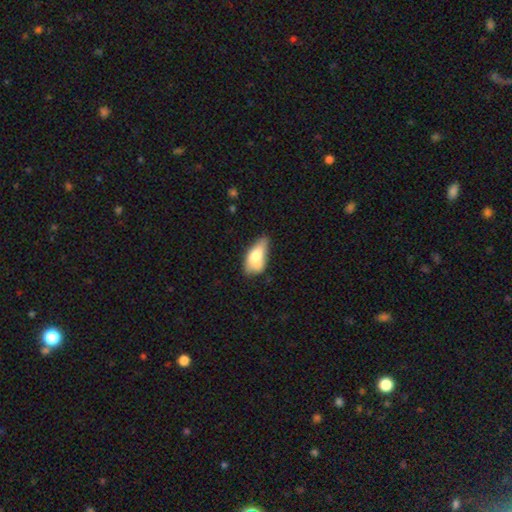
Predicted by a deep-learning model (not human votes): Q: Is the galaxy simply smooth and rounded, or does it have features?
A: smooth — 67%.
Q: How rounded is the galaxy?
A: in between — 83%.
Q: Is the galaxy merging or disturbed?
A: none — 37%.